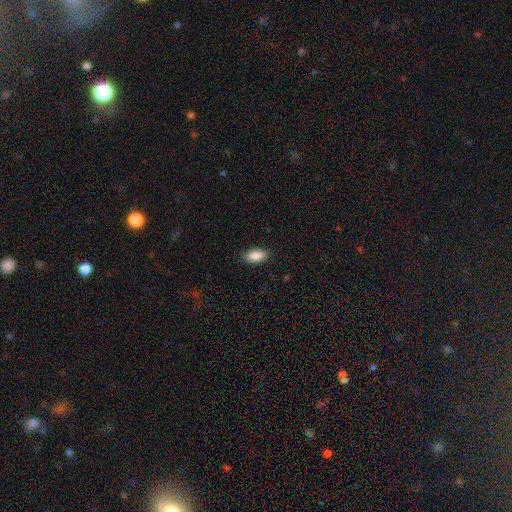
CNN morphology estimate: type=smooth (88%); roundness=in between (93%); merging=none (87%).